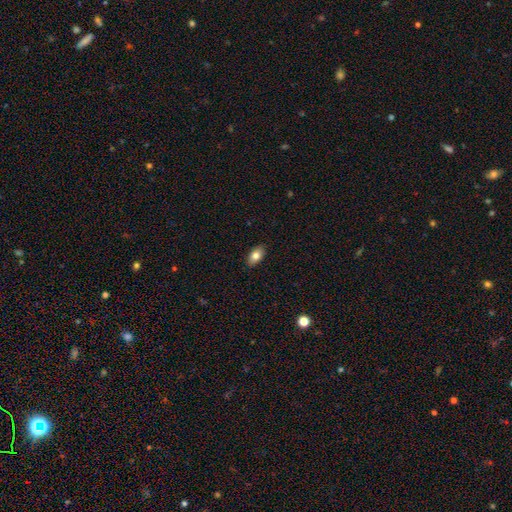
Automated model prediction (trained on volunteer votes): A smooth galaxy with no disk features (79%) that is in between round and cigar-shaped (91%).

Vote fractions:
- Smooth or featured? smooth: 79% / featured or disk: 13% / star or artifact: 8%
- How rounded? in between: 91% / cigar-shaped: 5% / round: 4%
- Merging? none: 89% / minor disturbance: 9% / major disturbance: 2% / merger: 1%